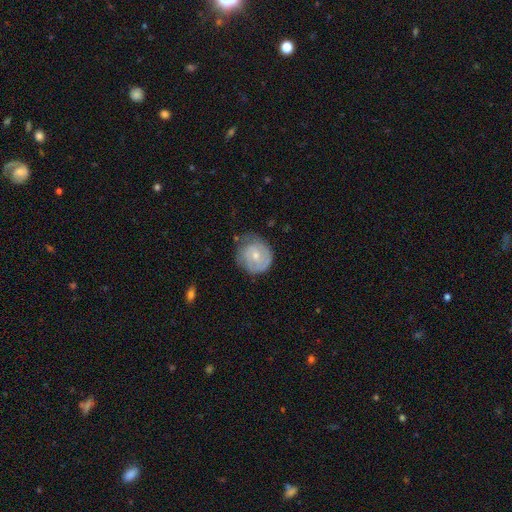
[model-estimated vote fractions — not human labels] smooth-or-featured: featured or disk: 51% | smooth: 43% | star or artifact: 6%
  disk-edge-on: no: 97% | yes: 3%
  merging: none: 60% | minor disturbance: 28% | major disturbance: 10% | merger: 2%